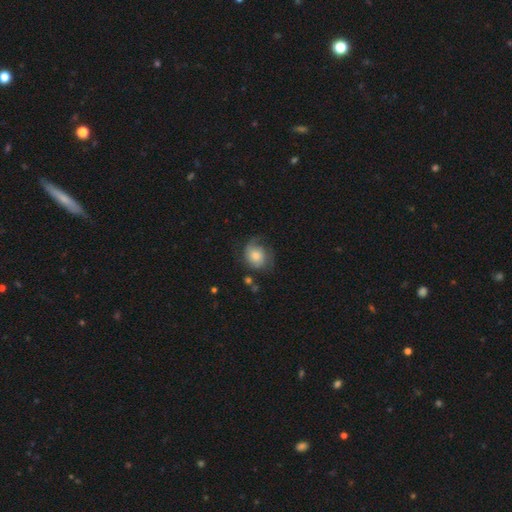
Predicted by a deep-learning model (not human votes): Smooth or featured: smooth — 52% (featured or disk — 41%)
How rounded: round — 63% (in between — 36%)
Merging: none — 52% (minor disturbance — 28%)